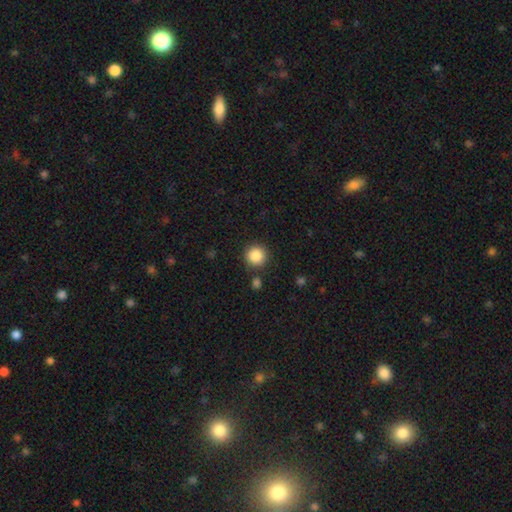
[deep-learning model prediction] Morphology: type=smooth (86%); roundness=round (95%); merging=none (87%).